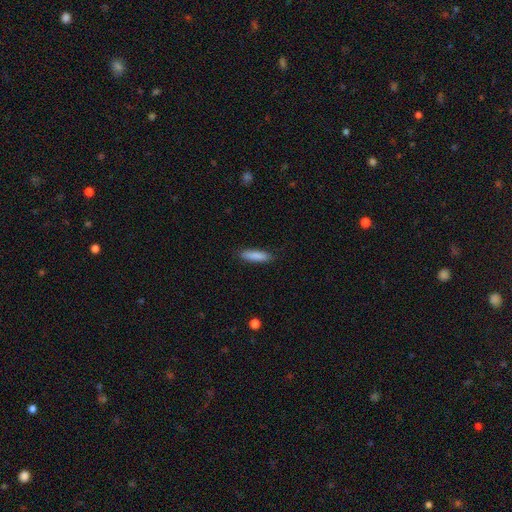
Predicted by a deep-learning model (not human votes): A smooth galaxy with no disk features (87%) that is cigar-shaped (72%).

Vote fractions:
- Smooth or featured? smooth: 87% / featured or disk: 7% / star or artifact: 6%
- How rounded? cigar-shaped: 72% / in between: 26% / round: 1%
- Merging? none: 87% / minor disturbance: 10% / major disturbance: 2% / merger: 1%